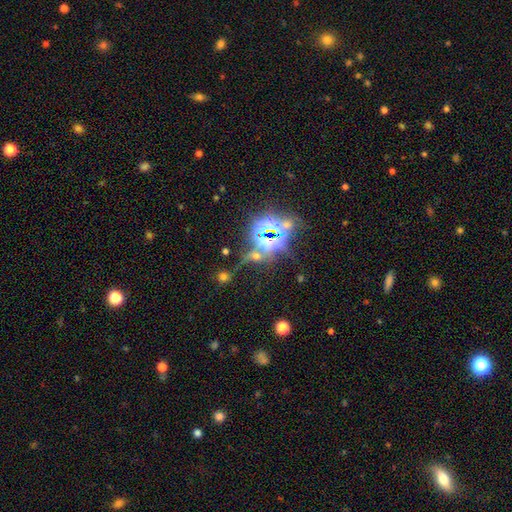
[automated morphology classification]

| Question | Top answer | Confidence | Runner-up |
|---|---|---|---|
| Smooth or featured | star or artifact | 65% | smooth (23%) |